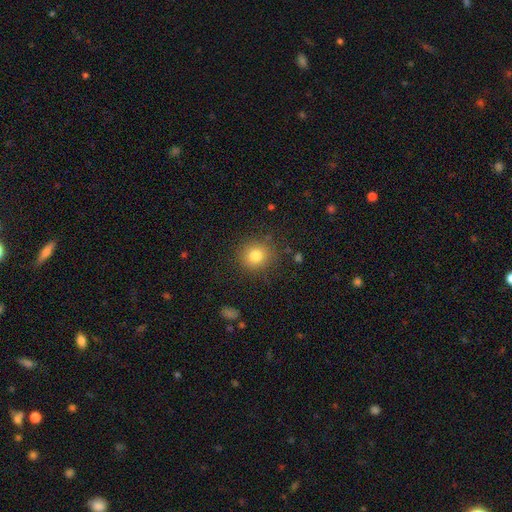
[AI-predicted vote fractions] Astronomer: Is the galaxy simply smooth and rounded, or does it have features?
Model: smooth — 80%.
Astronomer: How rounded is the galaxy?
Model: round — 87%.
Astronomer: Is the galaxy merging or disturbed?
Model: none — 85%.